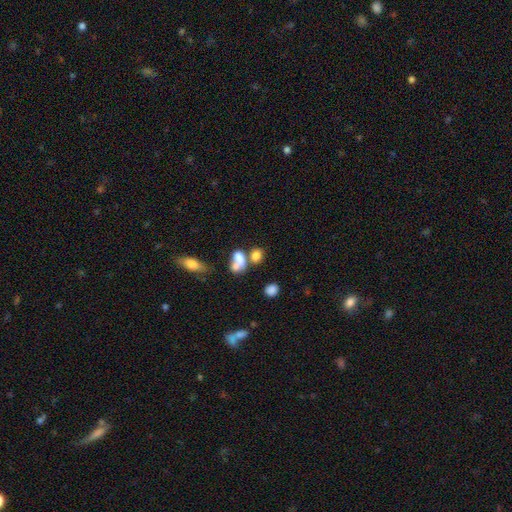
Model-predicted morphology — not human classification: smooth 76%, featured or disk 12%, star or artifact 12%. Down the decision tree: how rounded — in between (68%); merging — merger (50%).